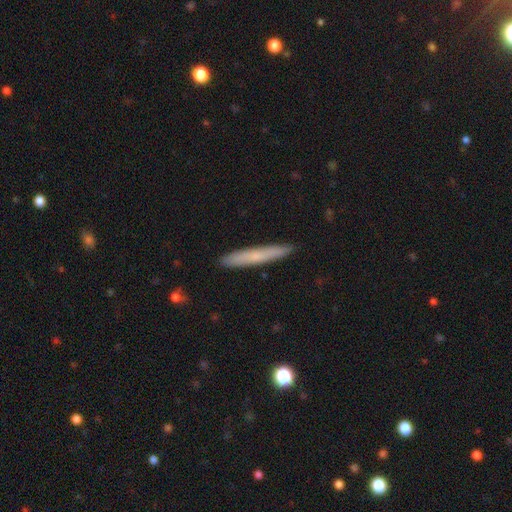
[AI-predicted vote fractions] Overall: smooth (65%; featured or disk 29%). How rounded: cigar-shaped (96%). Merging: none (91%).